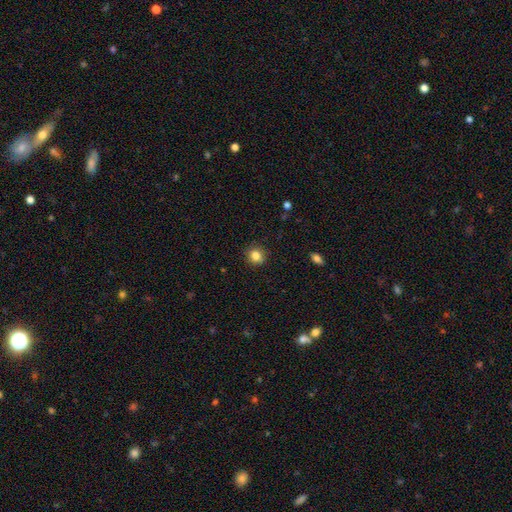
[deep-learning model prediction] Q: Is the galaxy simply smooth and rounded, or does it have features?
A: smooth — 84%.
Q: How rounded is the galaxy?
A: round — 80%.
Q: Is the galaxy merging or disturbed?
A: none — 86%.